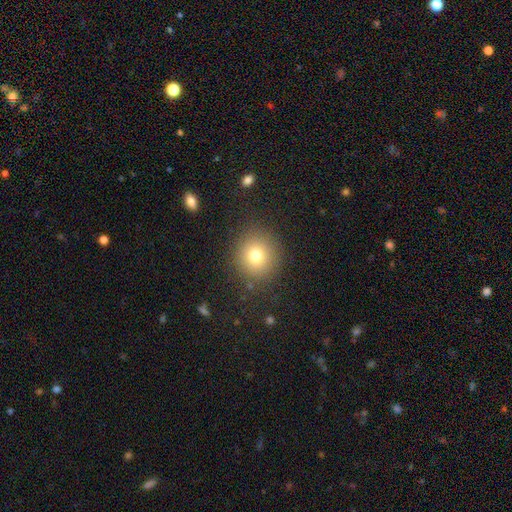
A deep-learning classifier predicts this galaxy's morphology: Smooth or featured: smooth — 77% (star or artifact — 13%)
How rounded: round — 88% (in between — 11%)
Merging: none — 87% (minor disturbance — 8%)